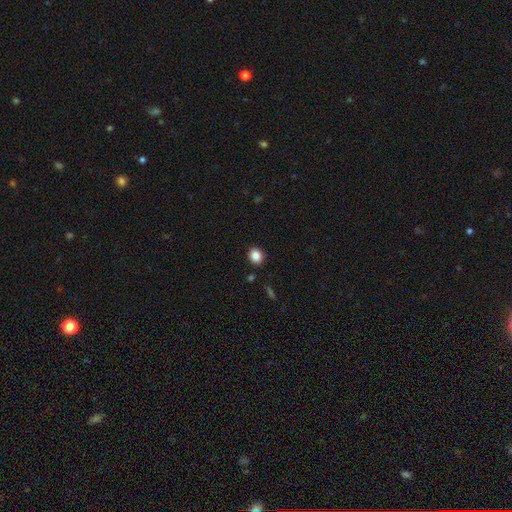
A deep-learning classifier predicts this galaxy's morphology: A smooth galaxy with no disk features (86%) that is round (71%). Merging: none (90%).